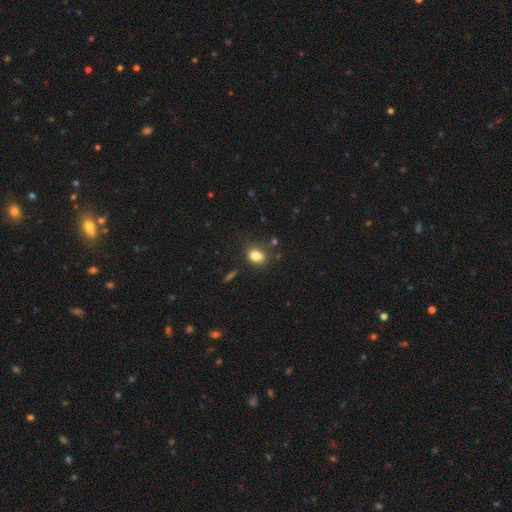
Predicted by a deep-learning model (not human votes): Smooth or featured?
  - smooth: 83% *
  - star or artifact: 10%
  - featured or disk: 7%
How rounded?
  - in between: 71% *
  - round: 27%
  - cigar-shaped: 2%
Merging?
  - none: 69% *
  - minor disturbance: 20%
  - major disturbance: 6%
  - merger: 5%